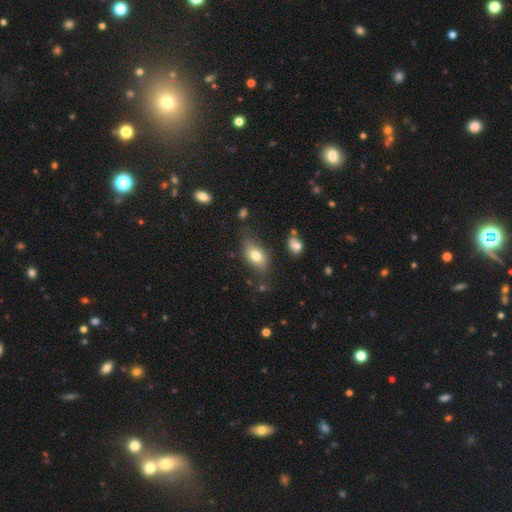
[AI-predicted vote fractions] smooth_or_featured: smooth (p=0.76) [alt: featured or disk p=0.16]
how_rounded: in between (p=0.87) [alt: round p=0.08]
merging: none (p=0.70) [alt: minor disturbance p=0.20]